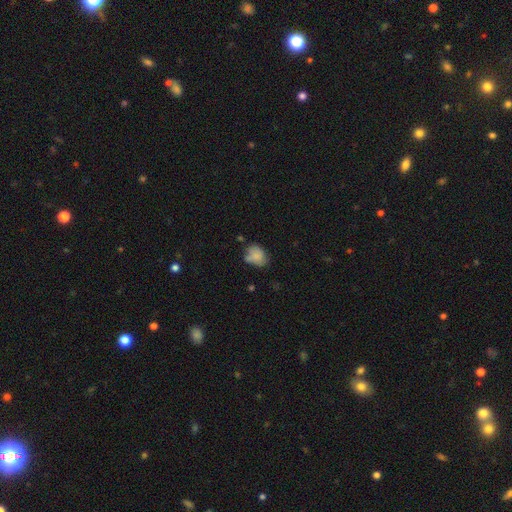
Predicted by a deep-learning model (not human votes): This appears to be a smooth galaxy with no disk features (77%) that is in between round and cigar-shaped (55%). Merging: none (49%).